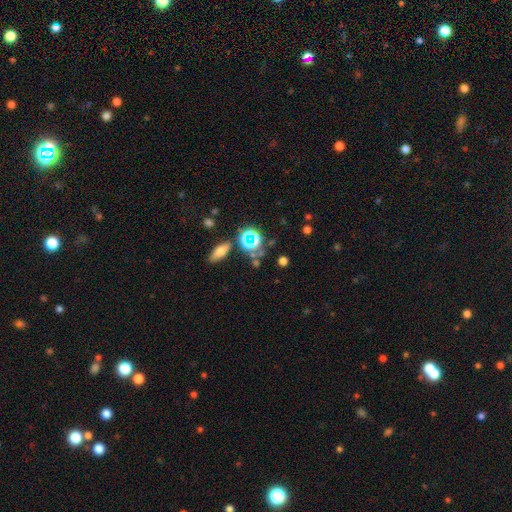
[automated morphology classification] A star or artifact, not a galaxy (51%).